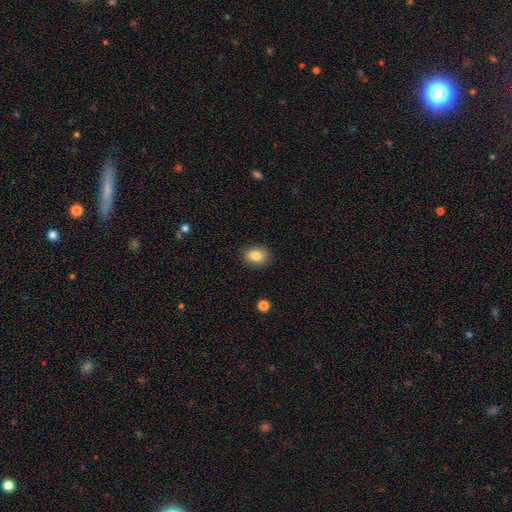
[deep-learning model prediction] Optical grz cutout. It shows a smooth galaxy with no disk features (83%) that is in between round and cigar-shaped (59%). Merging: none (88%).